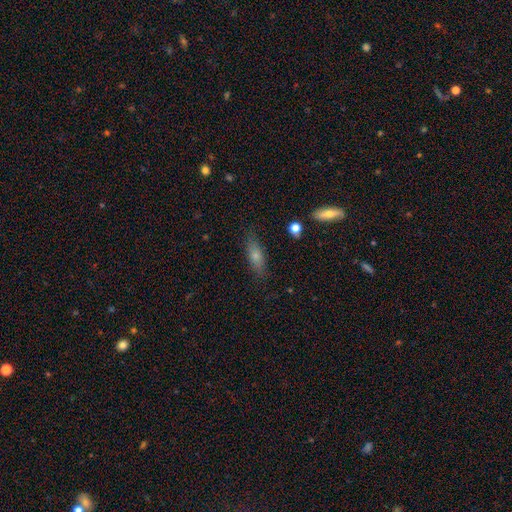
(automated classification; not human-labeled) Smooth or featured?
  - smooth: 71% *
  - featured or disk: 20%
  - star or artifact: 8%
How rounded?
  - in between: 60% *
  - cigar-shaped: 36%
  - round: 3%
Merging?
  - none: 79% *
  - minor disturbance: 15%
  - major disturbance: 4%
  - merger: 2%